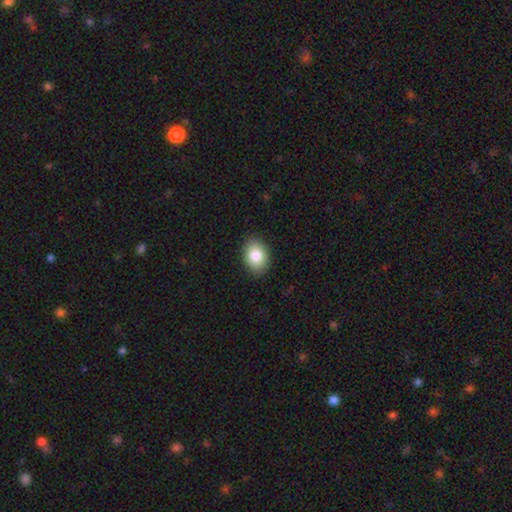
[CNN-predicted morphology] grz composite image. It shows a smooth galaxy with no disk features (84%) that is in between round and cigar-shaped (75%). Merging: none (89%).